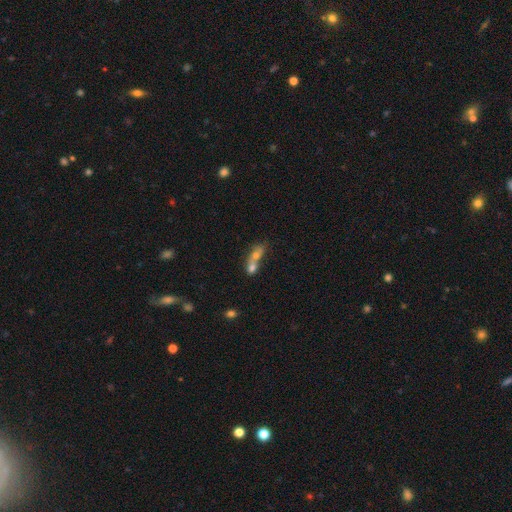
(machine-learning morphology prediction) smooth 55%, featured or disk 28%, star or artifact 17%. Down the decision tree: how rounded — in between (53%); merging — merger (70%).